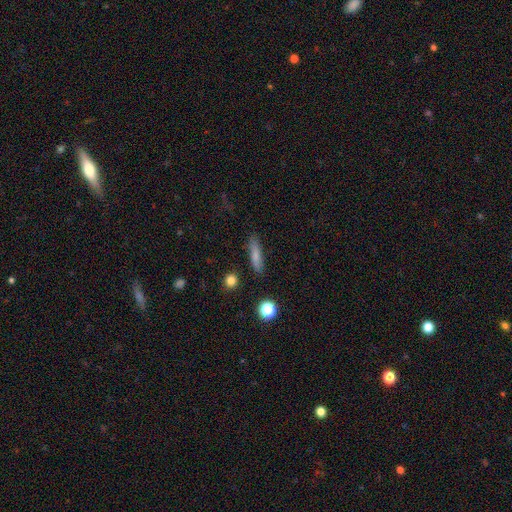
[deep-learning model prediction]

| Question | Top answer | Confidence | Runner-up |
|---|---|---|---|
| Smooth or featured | smooth | 76% | featured or disk (15%) |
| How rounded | cigar-shaped | 73% | in between (23%) |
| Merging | none | 84% | minor disturbance (11%) |